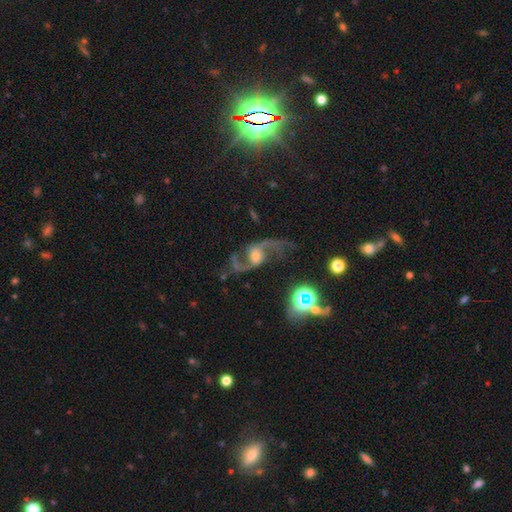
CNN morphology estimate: type=featured or disk (88%); edge-on=no (97%); bar=no (53%); spiral arms=yes (97%); winding=loose (84%); arm count=2 (93%); bulge=moderate (49%); merging=none (65%).